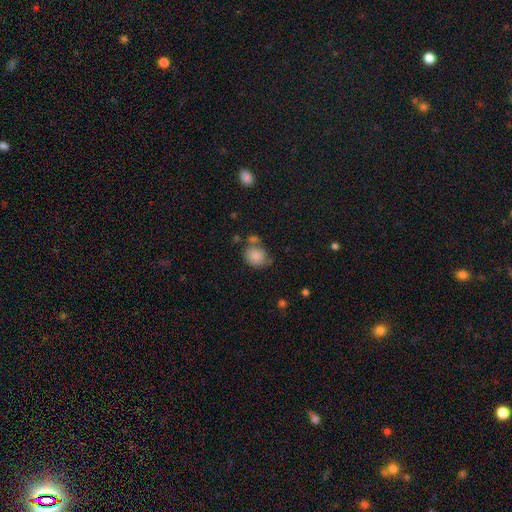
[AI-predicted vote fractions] Smooth or featured? smooth (84%)
How rounded? round (72%)
Merging? none (58%)